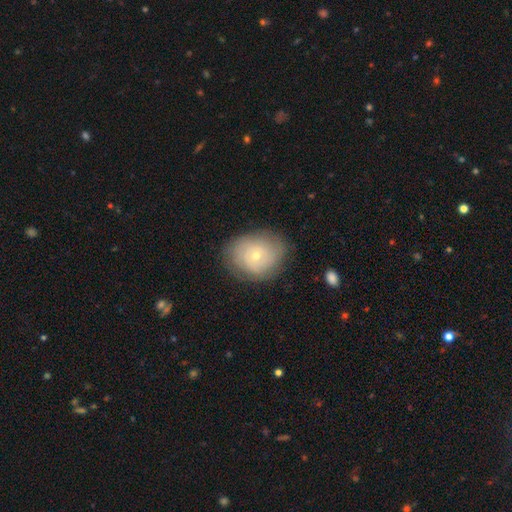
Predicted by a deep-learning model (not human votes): This appears to be a smooth galaxy with no disk features (49%). Merging: none (77%).